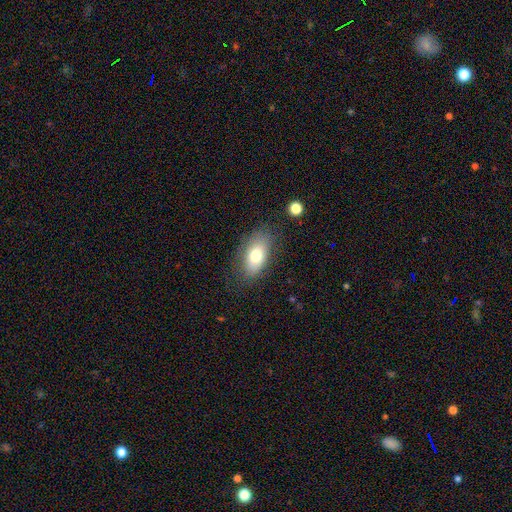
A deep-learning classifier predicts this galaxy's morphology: Smooth or featured?
  - smooth: 72% *
  - featured or disk: 19%
  - star or artifact: 9%
How rounded?
  - in between: 90% *
  - round: 6%
  - cigar-shaped: 4%
Merging?
  - none: 77% *
  - minor disturbance: 16%
  - major disturbance: 5%
  - merger: 2%